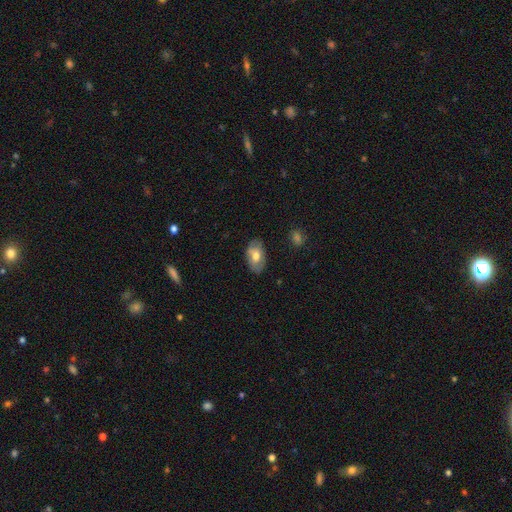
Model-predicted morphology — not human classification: Smooth or featured?
  - smooth: 61% *
  - featured or disk: 33%
  - star or artifact: 7%
How rounded?
  - in between: 92% *
  - round: 6%
  - cigar-shaped: 2%
Merging?
  - none: 79% *
  - minor disturbance: 16%
  - major disturbance: 3%
  - merger: 1%